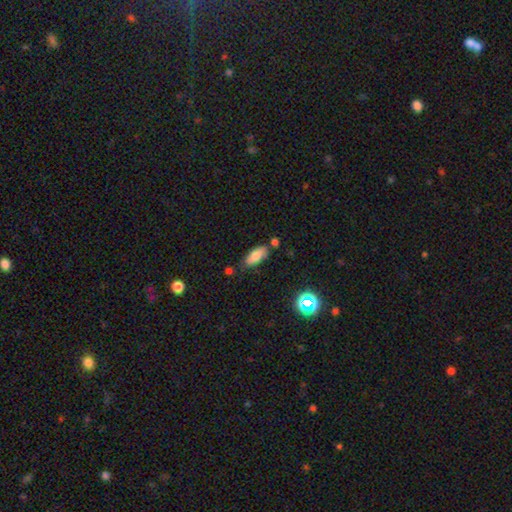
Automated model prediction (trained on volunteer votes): A smooth galaxy with no disk features (76%) that is in between round and cigar-shaped (80%). Merging: none (71%).